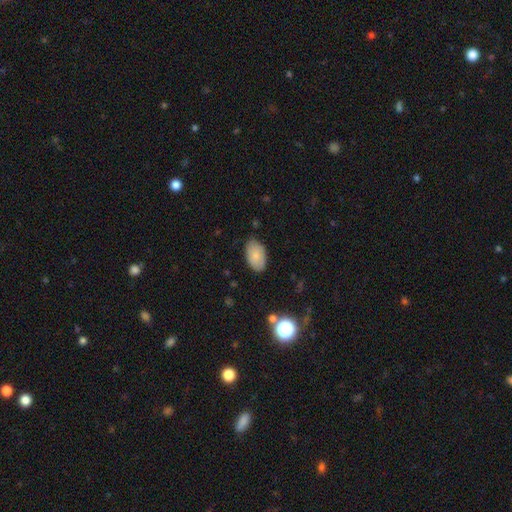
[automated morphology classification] Smooth or featured? Predicted: smooth (p=0.81). How rounded? Predicted: in between (p=0.94). Merging? Predicted: none (p=0.81).